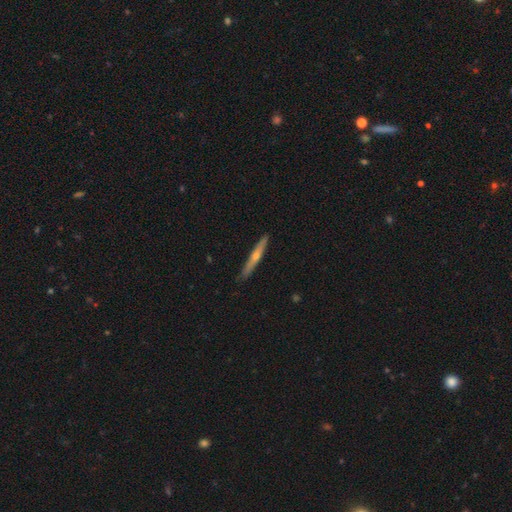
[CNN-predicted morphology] featured or disk 60%, smooth 34%, star or artifact 6%. Down the decision tree: edge-on disk — yes (96%); edge-on bulge — rounded (79%); merging — none (90%).